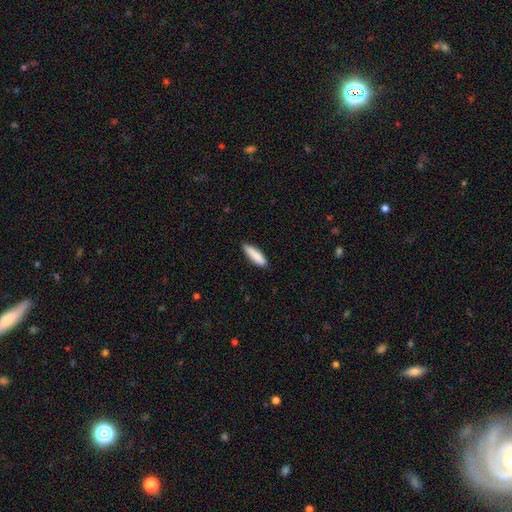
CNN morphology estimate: type=smooth (86%); roundness=cigar-shaped (67%); merging=none (84%).